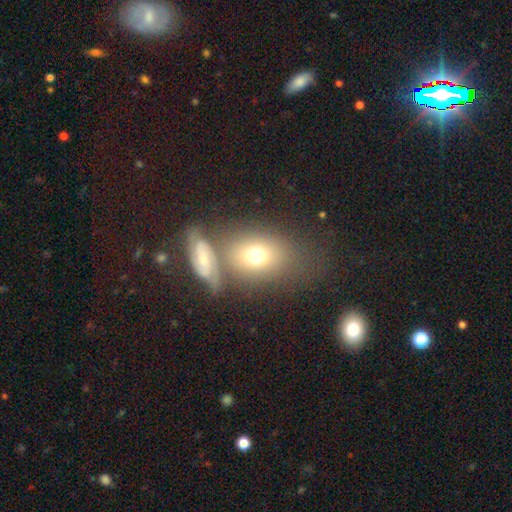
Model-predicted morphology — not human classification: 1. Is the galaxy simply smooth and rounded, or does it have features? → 66% smooth, 25% featured or disk, 9% star or artifact.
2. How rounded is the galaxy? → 61% in between, 37% round, 2% cigar-shaped.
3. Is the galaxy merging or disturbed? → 50% none, 27% merger, 14% minor disturbance, 8% major disturbance.